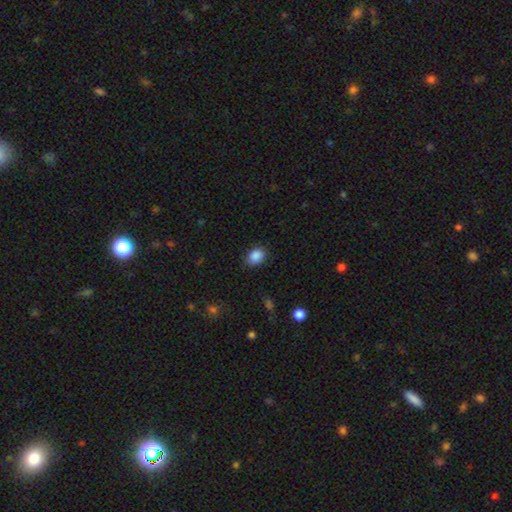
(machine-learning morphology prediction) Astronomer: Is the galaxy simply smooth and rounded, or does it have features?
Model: smooth — 88%.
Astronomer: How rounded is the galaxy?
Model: in between — 62% (runner-up: round, 37%).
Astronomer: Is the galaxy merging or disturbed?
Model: none — 79%.